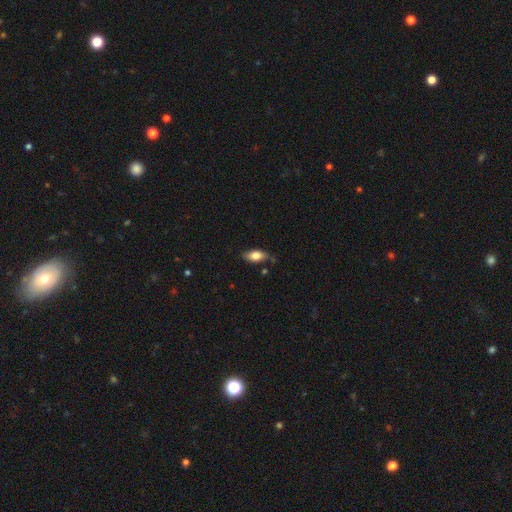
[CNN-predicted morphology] smooth-or-featured: smooth: 78% | featured or disk: 15% | star or artifact: 7%
  how-rounded: in between: 87% | cigar-shaped: 9% | round: 4%
  merging: none: 72% | minor disturbance: 21% | major disturbance: 4% | merger: 3%